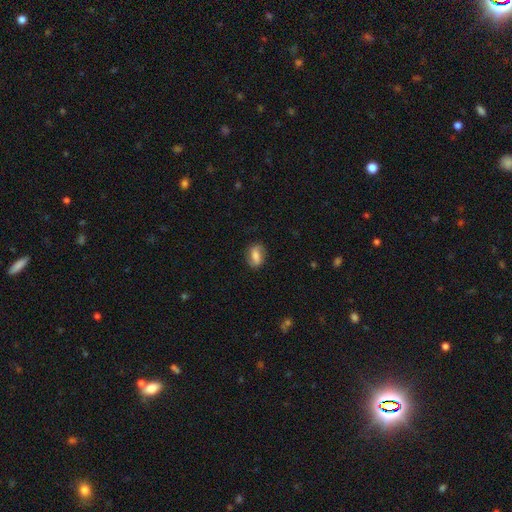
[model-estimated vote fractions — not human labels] A smooth galaxy with no disk features (49%).

Vote fractions:
- Smooth or featured? smooth: 49% / featured or disk: 43% / star or artifact: 8%
- Merging? none: 79% / minor disturbance: 15% / major disturbance: 5% / merger: 1%